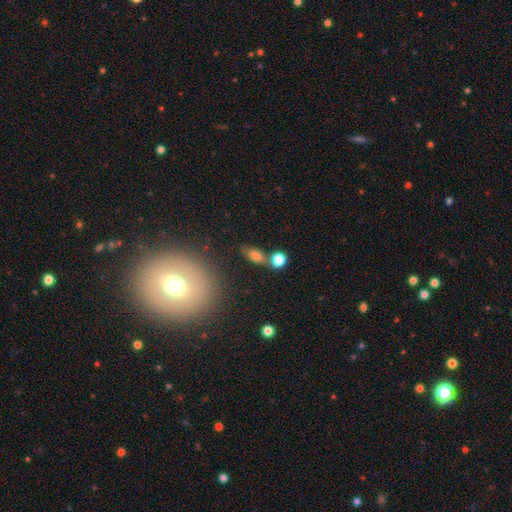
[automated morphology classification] A smooth galaxy with no disk features (76%) that is in between round and cigar-shaped (72%).

Vote fractions:
- Smooth or featured? smooth: 76% / star or artifact: 12% / featured or disk: 12%
- How rounded? in between: 72% / round: 18% / cigar-shaped: 10%
- Merging? none: 57% / merger: 24% / minor disturbance: 14% / major disturbance: 6%